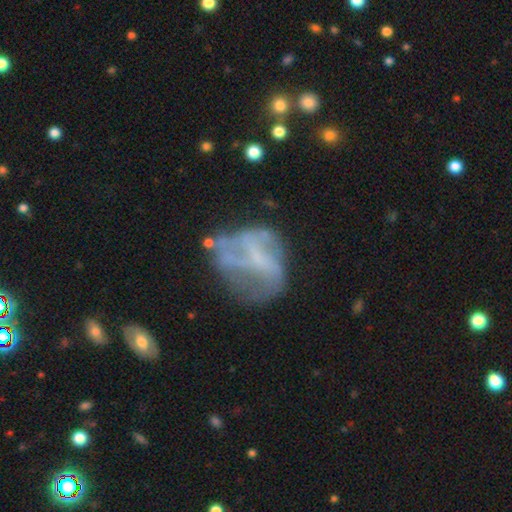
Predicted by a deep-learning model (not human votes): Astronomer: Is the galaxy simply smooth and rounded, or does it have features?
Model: featured or disk — 60%.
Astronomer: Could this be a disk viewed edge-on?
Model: no — 97%.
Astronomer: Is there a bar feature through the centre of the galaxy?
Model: no — 59%.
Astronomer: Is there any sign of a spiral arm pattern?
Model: no — 67%.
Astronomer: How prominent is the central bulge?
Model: none — 66%.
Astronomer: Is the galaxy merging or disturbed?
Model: none — 40% (runner-up: major disturbance, 32%).